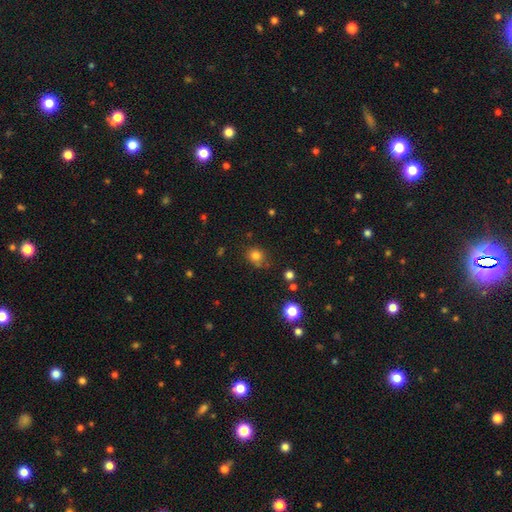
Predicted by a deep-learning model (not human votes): This appears to be a smooth galaxy with no disk features (80%) that is round (79%). Merging: none (71%).